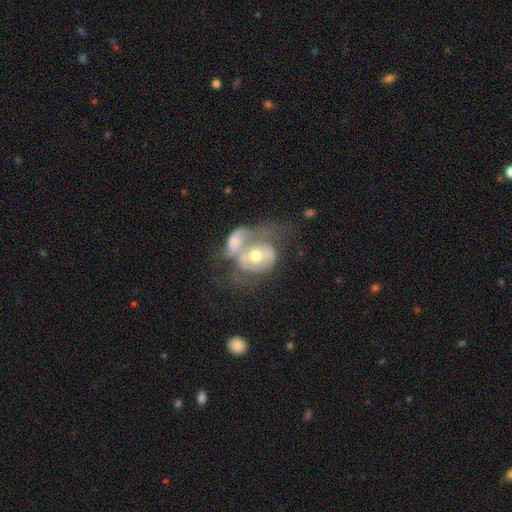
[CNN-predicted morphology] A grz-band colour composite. It shows a featured or disk galaxy (71%) with no bar (68%), spiral arms (70%) and a moderate central bulge (71%). Merging: merger (61%).